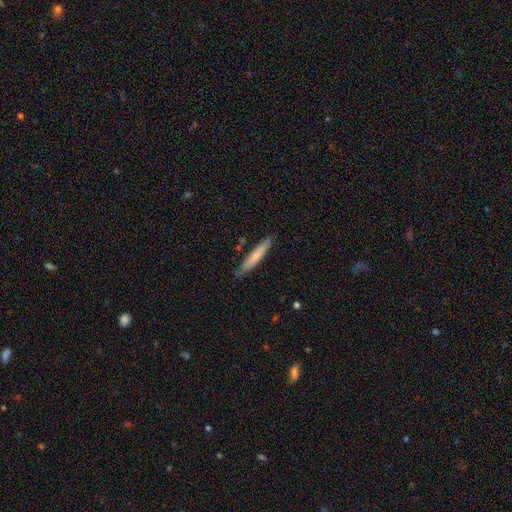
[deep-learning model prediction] smooth-or-featured: smooth: 69% | featured or disk: 26% | star or artifact: 6%
  how-rounded: cigar-shaped: 93% | in between: 6% | round: 1%
  merging: none: 85% | minor disturbance: 12% | merger: 2% | major disturbance: 2%